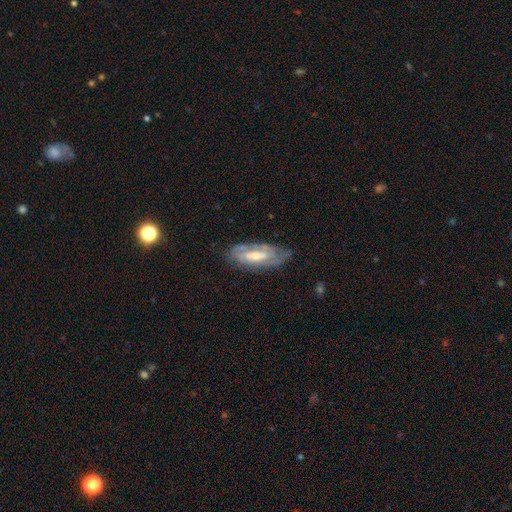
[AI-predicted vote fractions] A featured or disk galaxy (73%) with a weak bar (42%), spiral arms (80%) and a moderate central bulge (53%).

Vote fractions:
- Smooth or featured? featured or disk: 73% / smooth: 20% / star or artifact: 7%
- Edge-on disk? no: 84% / yes: 16%
- Bar? weak: 42% / no: 36% / strong: 22%
- Spiral arms? yes: 80% / no: 20%
- Bulge size? moderate: 53% / small: 39% / large: 5% / none: 2% / dominant: 1%
- Merging? none: 70% / minor disturbance: 21% / major disturbance: 7% / merger: 2%